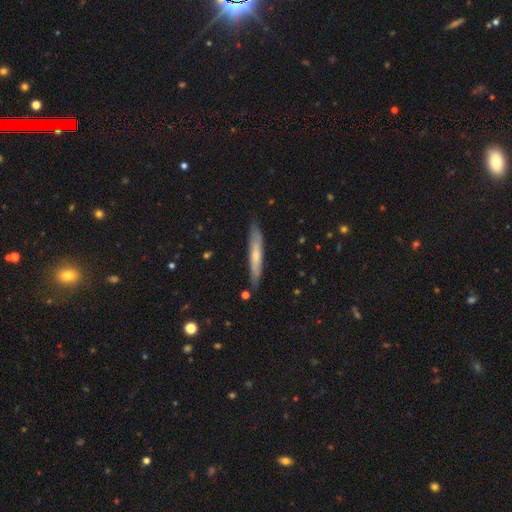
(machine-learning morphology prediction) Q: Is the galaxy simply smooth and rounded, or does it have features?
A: smooth — 54%.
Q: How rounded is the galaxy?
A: cigar-shaped — 93%.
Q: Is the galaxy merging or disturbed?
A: none — 83%.